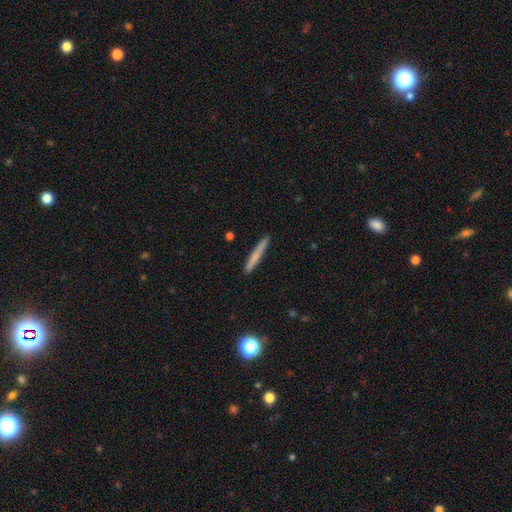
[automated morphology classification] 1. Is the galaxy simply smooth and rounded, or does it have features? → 69% smooth, 25% featured or disk, 6% star or artifact.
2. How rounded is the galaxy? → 96% cigar-shaped, 2% in between, 1% round.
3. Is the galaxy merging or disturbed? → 91% none, 7% minor disturbance, 1% major disturbance, 1% merger.